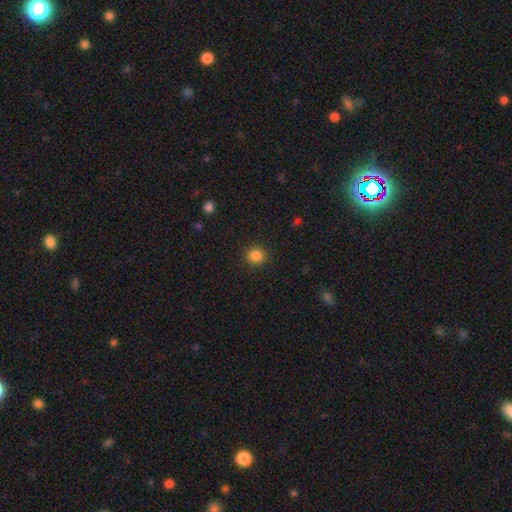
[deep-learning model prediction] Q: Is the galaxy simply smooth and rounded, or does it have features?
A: smooth — 85%.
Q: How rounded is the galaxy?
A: round — 90%.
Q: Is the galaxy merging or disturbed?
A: none — 91%.